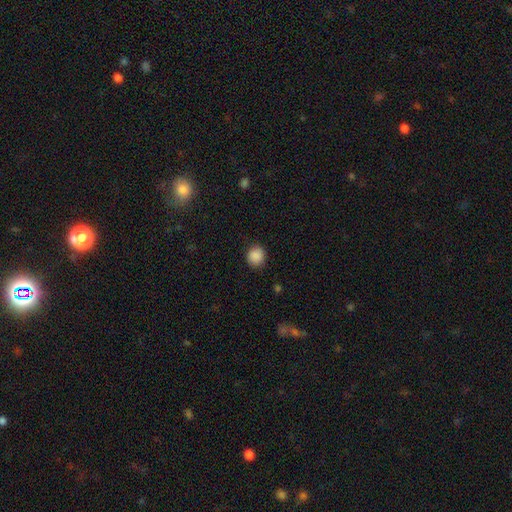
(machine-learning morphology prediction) The model was most divided on "how rounded": round: 83%, in between: 16%, cigar-shaped: 1%. More confident: smooth or featured — smooth (88%); merging — none (88%).